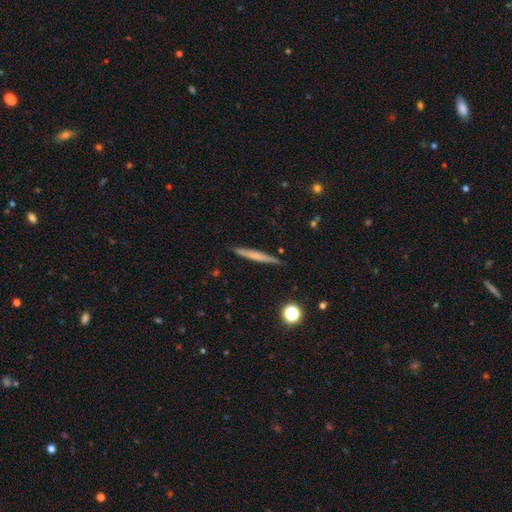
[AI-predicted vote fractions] Smooth or featured? Predicted: smooth (p=0.55). How rounded? Predicted: cigar-shaped (p=0.96). Merging? Predicted: none (p=0.90).